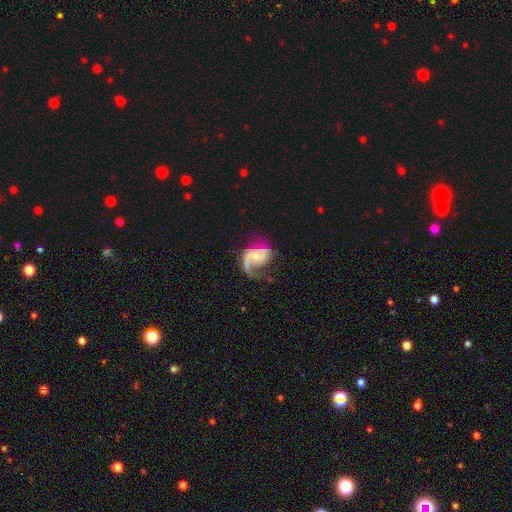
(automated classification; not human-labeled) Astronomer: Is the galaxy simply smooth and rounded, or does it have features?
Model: featured or disk — 85%.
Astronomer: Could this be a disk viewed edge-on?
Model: no — 98%.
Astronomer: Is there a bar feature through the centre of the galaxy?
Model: no — 51% (runner-up: weak, 39%).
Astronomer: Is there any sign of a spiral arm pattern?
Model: yes — 95%.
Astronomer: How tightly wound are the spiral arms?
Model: loose — 45% (runner-up: medium, 43%).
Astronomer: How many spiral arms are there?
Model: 2 — 52% (runner-up: 1, 41%).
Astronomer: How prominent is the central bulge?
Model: small — 52% (runner-up: moderate, 33%).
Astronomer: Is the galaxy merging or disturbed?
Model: none — 48% (runner-up: major disturbance, 29%).